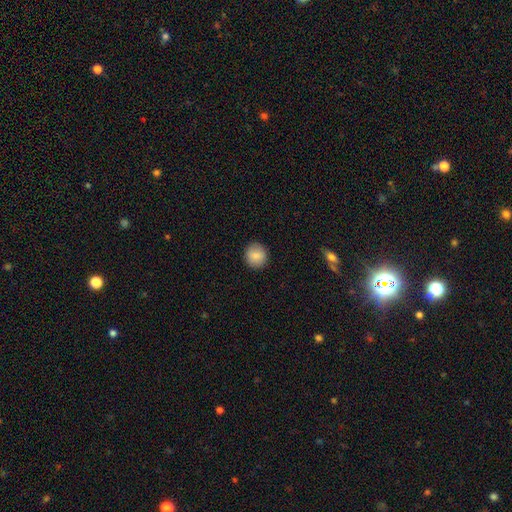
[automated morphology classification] Overall: smooth (85%). How rounded: round (90%). Merging: none (91%).